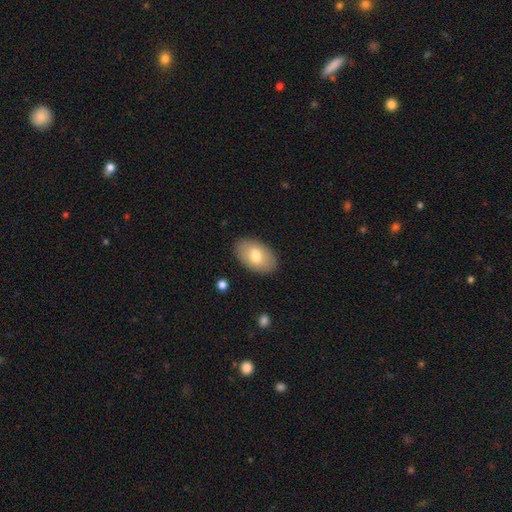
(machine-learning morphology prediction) Q: Smooth or featured?
A: smooth (74%); runner-up: featured or disk (20%)
Q: How rounded?
A: in between (93%); runner-up: round (6%)
Q: Merging?
A: none (88%); runner-up: minor disturbance (9%)